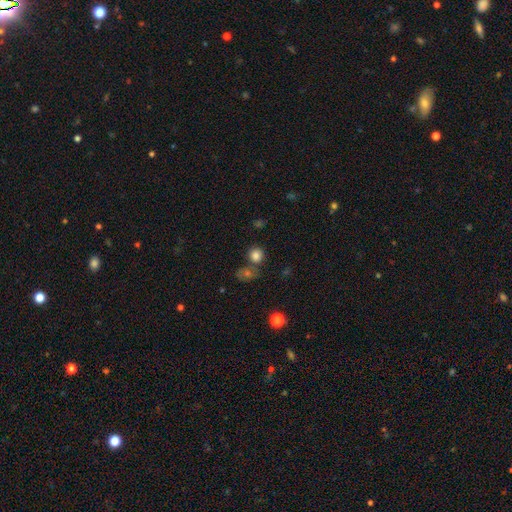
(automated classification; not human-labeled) smooth_or_featured: smooth (p=0.81) [alt: star or artifact p=0.12]
how_rounded: round (p=0.86) [alt: in between p=0.13]
merging: none (p=0.65) [alt: merger p=0.21]